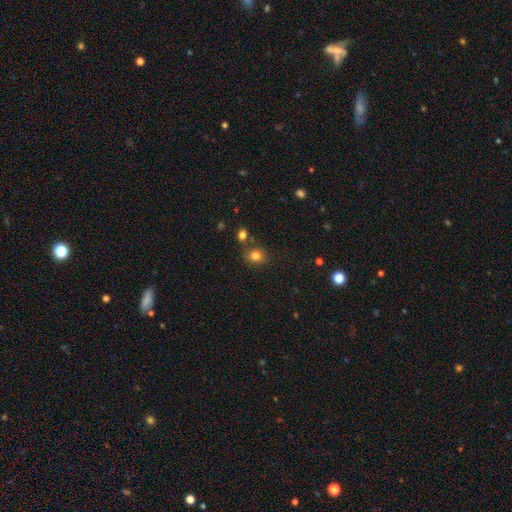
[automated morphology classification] Smooth or featured? Predicted: smooth (p=0.80). How rounded? Predicted: round (p=0.69). Merging? Predicted: none (p=0.75).